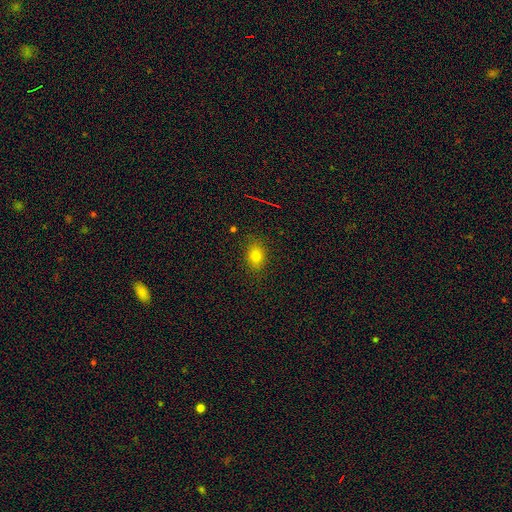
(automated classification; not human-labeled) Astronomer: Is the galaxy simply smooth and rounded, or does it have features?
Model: smooth — 76%.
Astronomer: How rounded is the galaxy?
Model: in between — 66%.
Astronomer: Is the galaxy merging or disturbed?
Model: none — 84%.